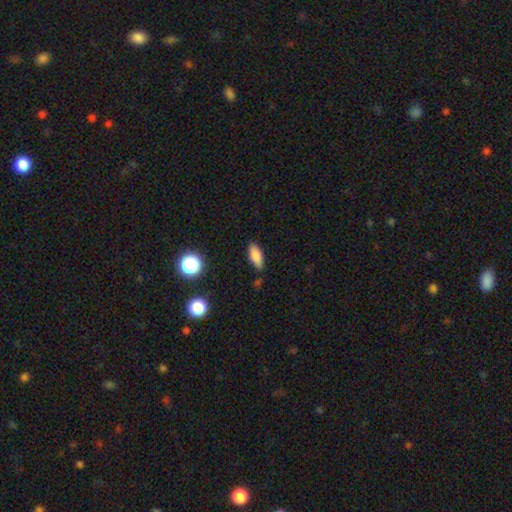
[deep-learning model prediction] A smooth galaxy with no disk features (82%) that is in between round and cigar-shaped (75%). Merging: none (82%).